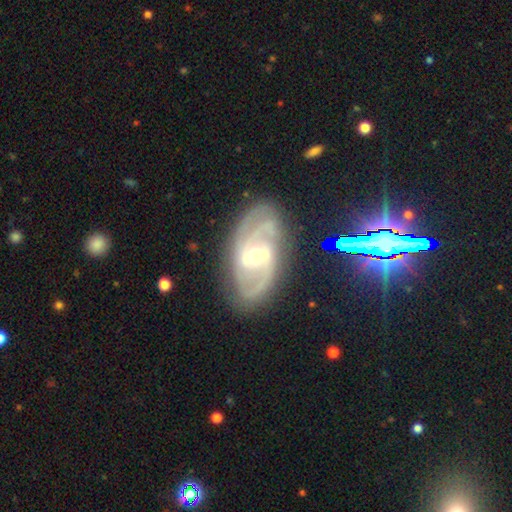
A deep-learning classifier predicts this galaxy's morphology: This is clearly a featured or disk galaxy (88%). It is clearly not viewed edge-on (96%). Bar: possibly weak (50%). Spiral arm pattern: clearly yes (97%). Spiral arm count: possibly 2 (50%). Spiral winding: possibly medium (46%). Central bulge: likely moderate (62%). Merging: likely none (80%).